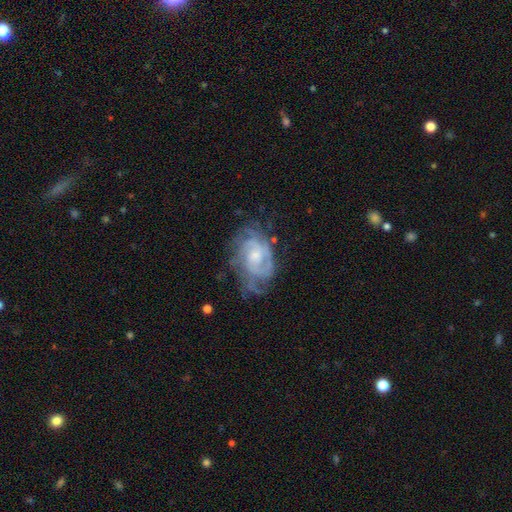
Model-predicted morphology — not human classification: This appears to be a featured or disk galaxy (83%) with no bar (65%), tight (59%) spiral arms (92%) and a small central bulge (47%). Merging: none (57%).